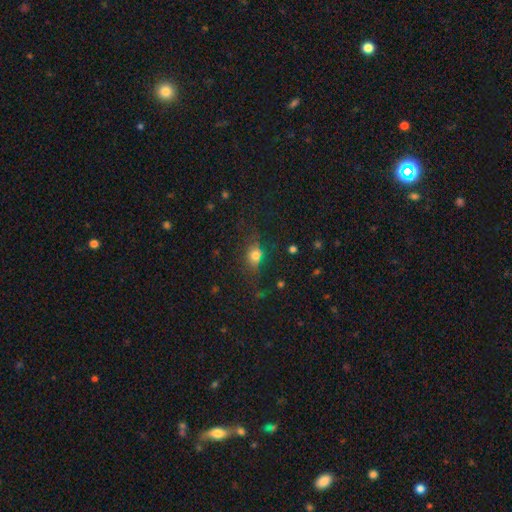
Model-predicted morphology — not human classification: Smooth or featured? Predicted: smooth (p=0.73). How rounded? Predicted: in between (p=0.54). Merging? Predicted: none (p=0.73).